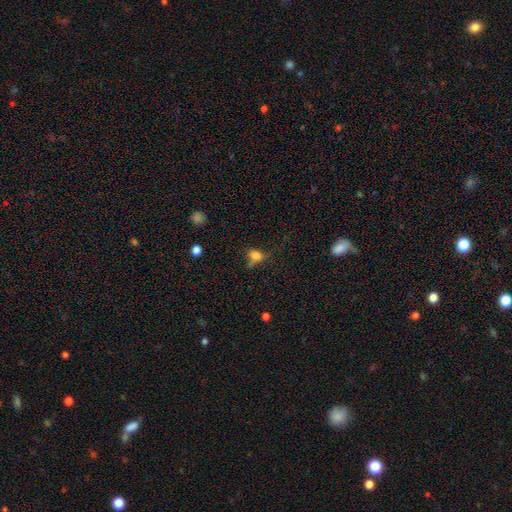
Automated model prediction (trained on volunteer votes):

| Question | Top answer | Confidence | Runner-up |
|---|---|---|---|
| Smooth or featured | smooth | 74% | star or artifact (15%) |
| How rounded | in between | 55% | round (41%) |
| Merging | none | 46% | minor disturbance (27%) |